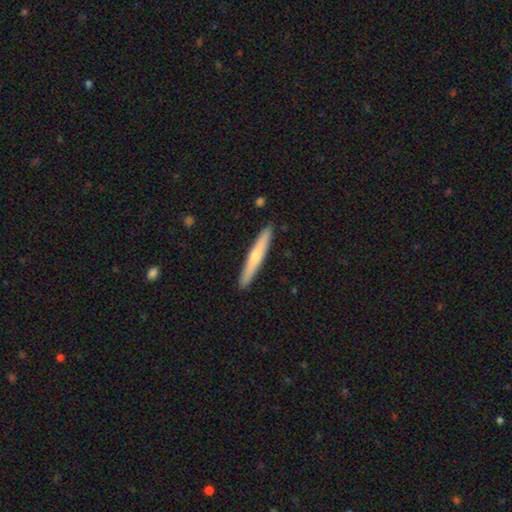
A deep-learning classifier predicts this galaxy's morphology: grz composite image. It shows a smooth galaxy with no disk features (56%) that is cigar-shaped (95%). Merging: none (91%).